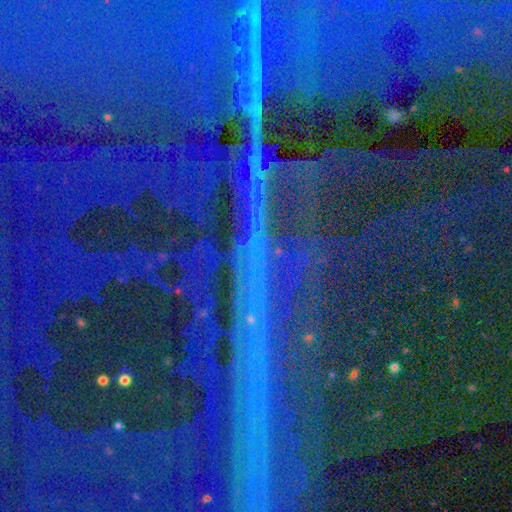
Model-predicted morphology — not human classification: smooth_or_featured: star or artifact (p=0.89) [alt: featured or disk p=0.06]